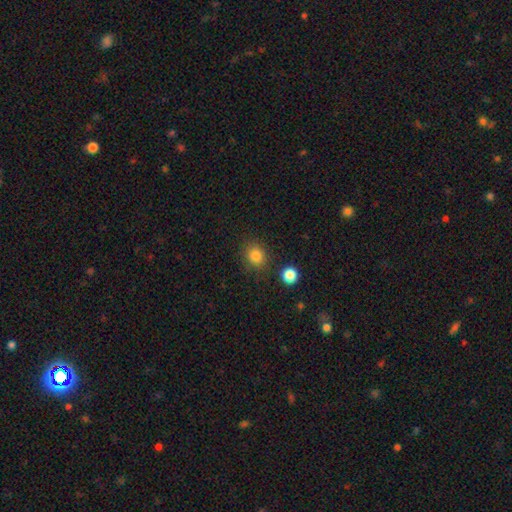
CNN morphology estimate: smooth-or-featured: smooth: 83% | star or artifact: 12% | featured or disk: 5%
  how-rounded: round: 76% | in between: 23% | cigar-shaped: 1%
  merging: none: 83% | minor disturbance: 10% | merger: 4% | major disturbance: 3%